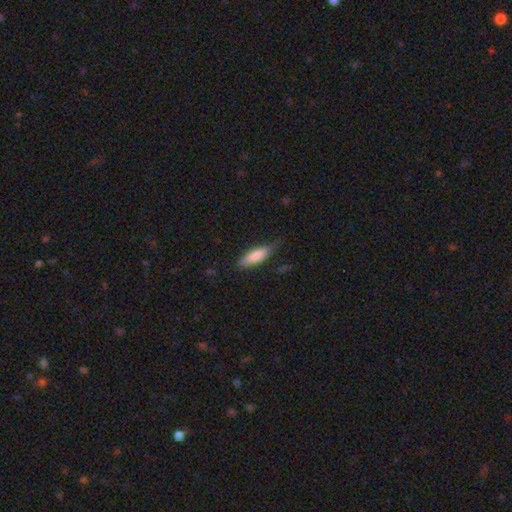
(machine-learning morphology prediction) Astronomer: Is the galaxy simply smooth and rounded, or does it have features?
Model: smooth — 79%.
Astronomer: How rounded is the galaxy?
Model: cigar-shaped — 52% (runner-up: in between, 46%).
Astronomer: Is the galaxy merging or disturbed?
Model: none — 70%.